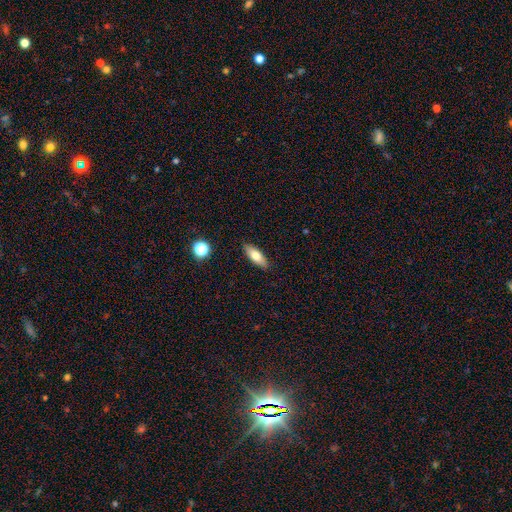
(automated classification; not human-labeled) Q: Smooth or featured?
A: smooth (72%); runner-up: featured or disk (21%)
Q: How rounded?
A: in between (68%); runner-up: cigar-shaped (29%)
Q: Merging?
A: none (88%); runner-up: minor disturbance (9%)